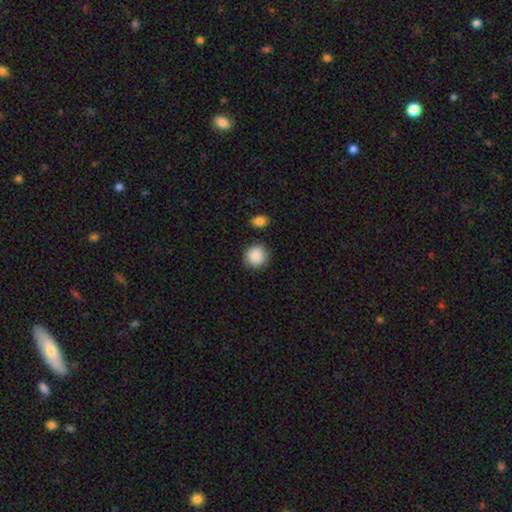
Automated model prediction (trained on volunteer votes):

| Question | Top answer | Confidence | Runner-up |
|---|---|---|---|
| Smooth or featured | smooth | 90% | star or artifact (7%) |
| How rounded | round | 91% | in between (8%) |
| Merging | none | 87% | minor disturbance (8%) |